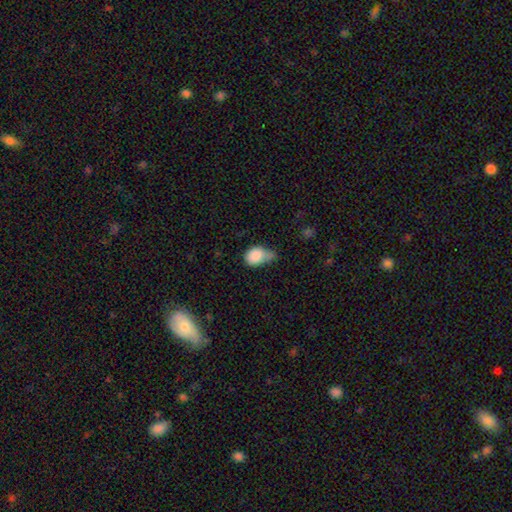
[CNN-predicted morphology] The model was most divided on "merging": minor disturbance: 40%, none: 30%, merger: 17%, major disturbance: 13%. More confident: smooth or featured — smooth (84%); how rounded — in between (61%).